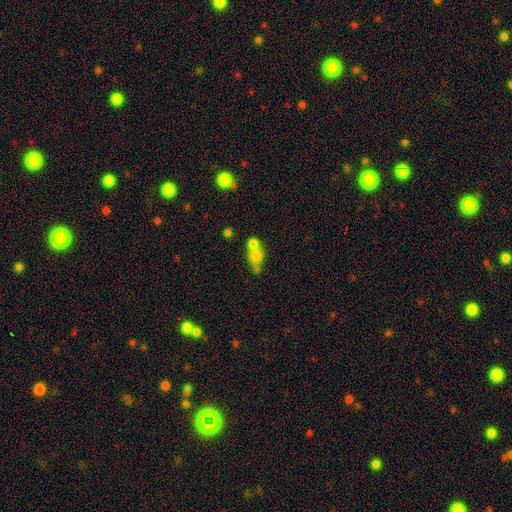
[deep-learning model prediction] smooth-or-featured: smooth: 71% | featured or disk: 17% | star or artifact: 12%
  how-rounded: in between: 54% | round: 42% | cigar-shaped: 4%
  merging: merger: 56% | none: 27% | minor disturbance: 10% | major disturbance: 7%